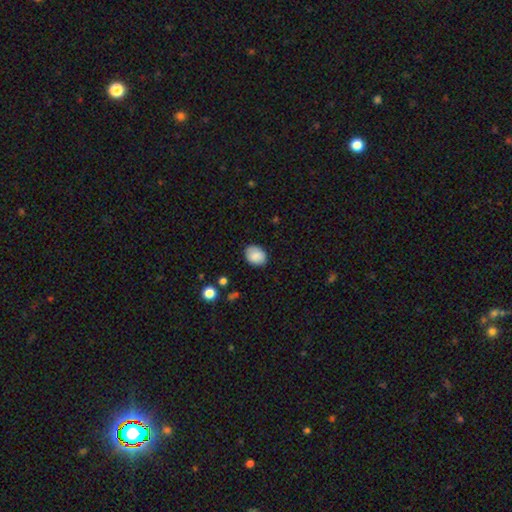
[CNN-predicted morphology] The model was most divided on "how rounded": in between: 62%, round: 37%, cigar-shaped: 1%. More confident: smooth or featured — smooth (86%); merging — none (84%).